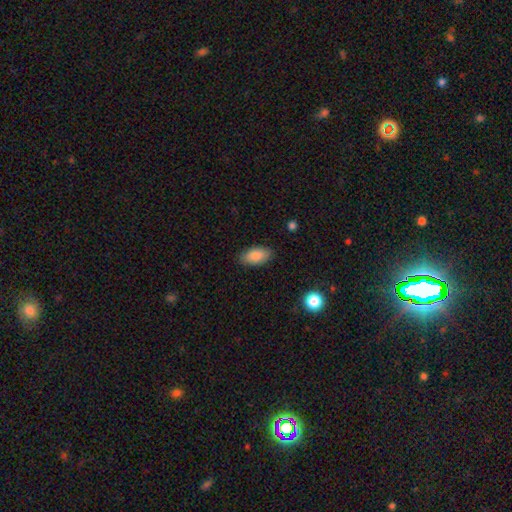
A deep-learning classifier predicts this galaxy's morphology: Smooth or featured?
  - smooth: 87% *
  - star or artifact: 7%
  - featured or disk: 6%
How rounded?
  - in between: 94% *
  - cigar-shaped: 3%
  - round: 3%
Merging?
  - none: 86% *
  - minor disturbance: 11%
  - major disturbance: 2%
  - merger: 1%